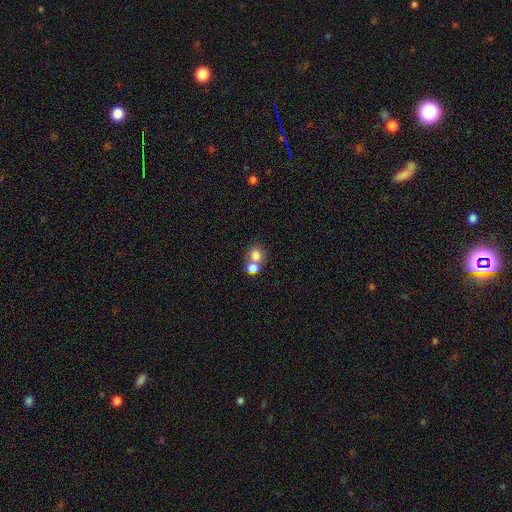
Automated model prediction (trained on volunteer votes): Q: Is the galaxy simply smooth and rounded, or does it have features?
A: smooth — 78%.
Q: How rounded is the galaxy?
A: round — 75%.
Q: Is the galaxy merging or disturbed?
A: merger — 55%.